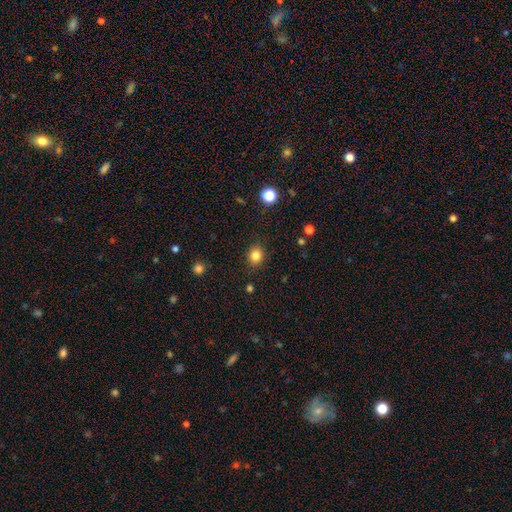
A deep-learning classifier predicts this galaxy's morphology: This is clearly a smooth galaxy (83%). How rounded: likely round (70%). Merging: clearly none (88%).